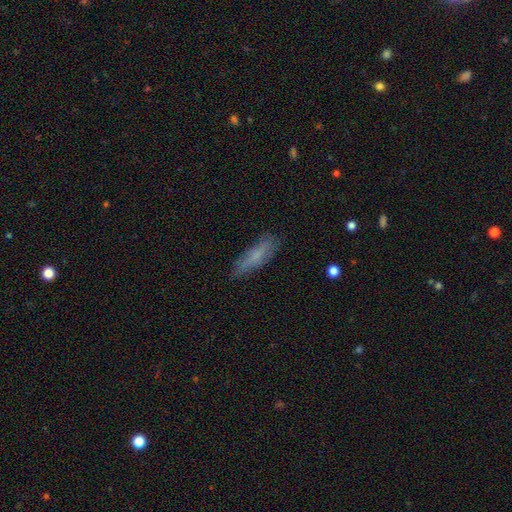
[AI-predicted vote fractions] Q: Smooth or featured?
A: smooth (66%); runner-up: featured or disk (26%)
Q: How rounded?
A: cigar-shaped (63%); runner-up: in between (35%)
Q: Merging?
A: none (76%); runner-up: minor disturbance (18%)